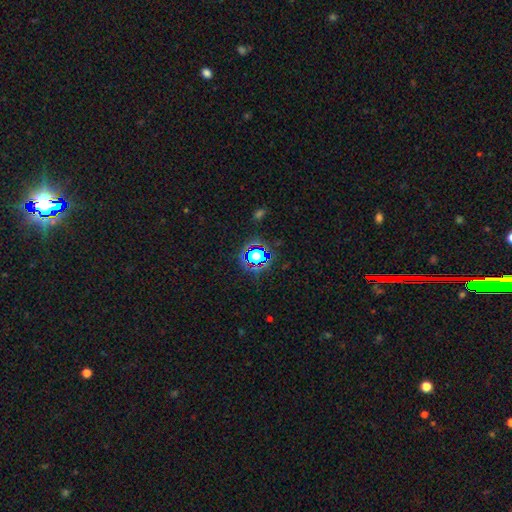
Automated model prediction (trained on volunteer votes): This appears to be a star or artifact, not a galaxy (56%).